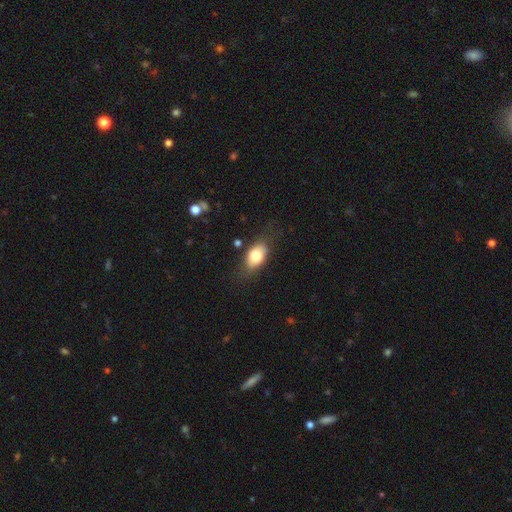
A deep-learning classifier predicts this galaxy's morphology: Smooth or featured? Predicted: smooth (p=0.77). How rounded? Predicted: in between (p=0.86). Merging? Predicted: none (p=0.71).